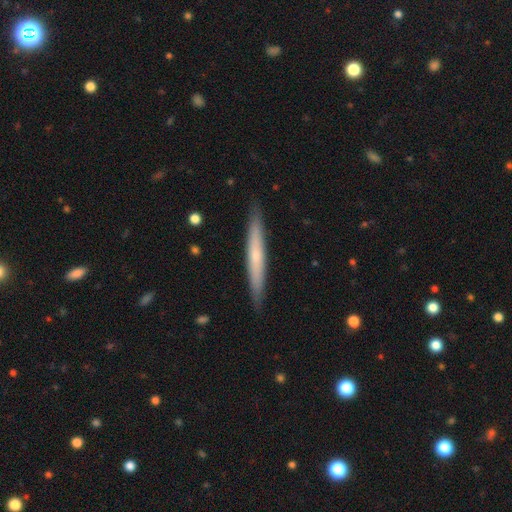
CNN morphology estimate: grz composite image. It shows a smooth galaxy with no disk features (51%) that is cigar-shaped (96%). Merging: none (90%).